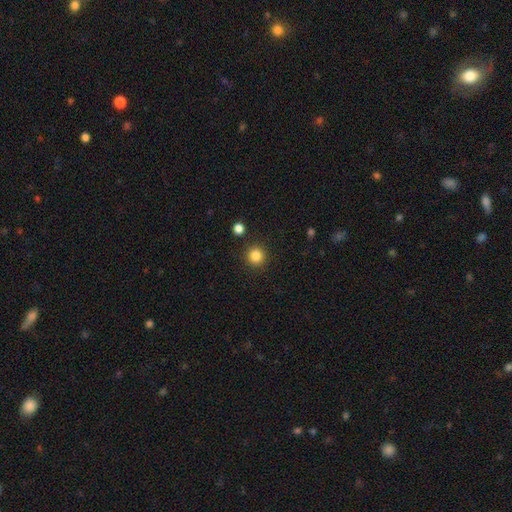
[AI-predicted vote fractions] This is clearly a smooth galaxy (84%). How rounded: clearly round (94%). Merging: clearly none (91%).